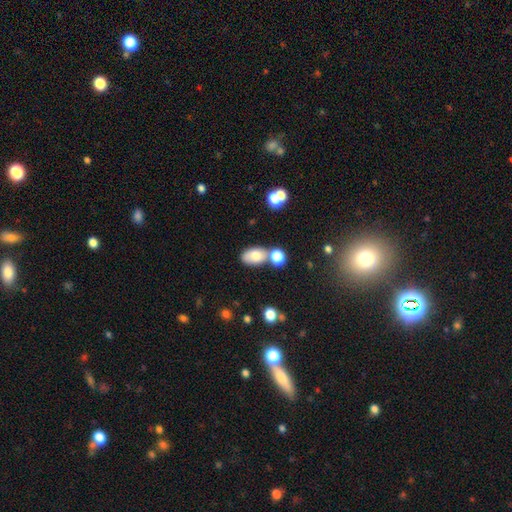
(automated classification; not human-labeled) A smooth galaxy with no disk features (74%) that is in between round and cigar-shaped (89%). Merging: none (60%).